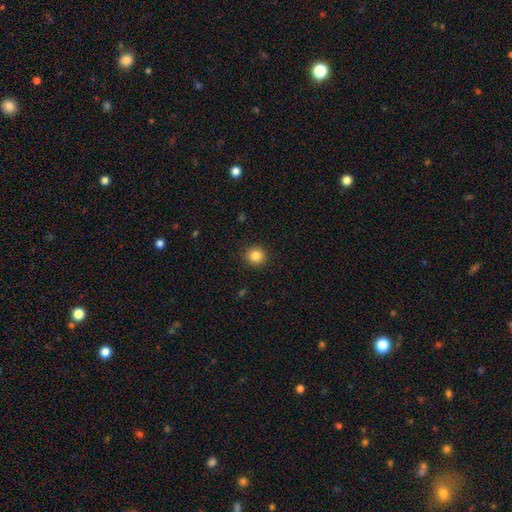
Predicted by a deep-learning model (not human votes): Smooth or featured? smooth (85%)
How rounded? round (91%)
Merging? none (92%)